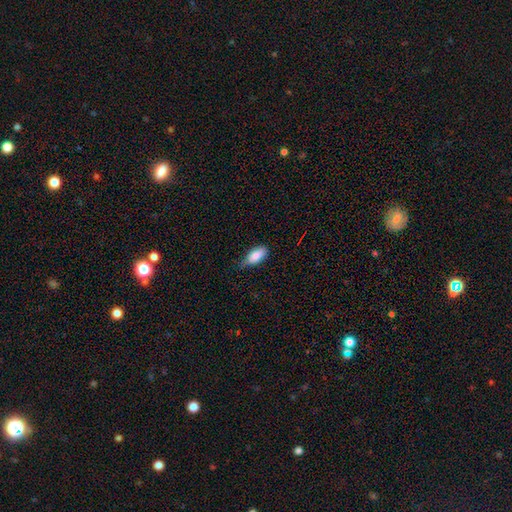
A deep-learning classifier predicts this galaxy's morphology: Smooth or featured? Predicted: smooth (p=0.84). How rounded? Predicted: in between (p=0.88). Merging? Predicted: none (p=0.56).